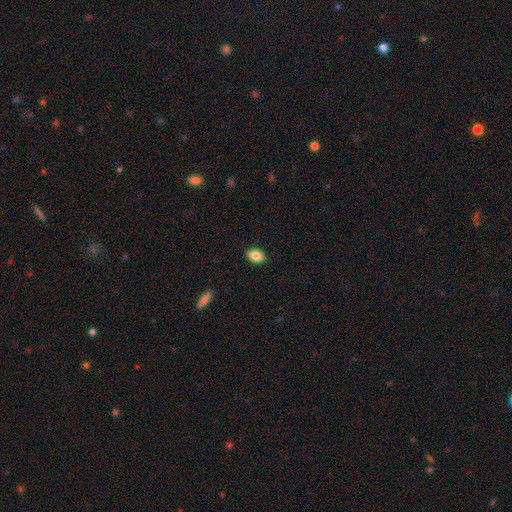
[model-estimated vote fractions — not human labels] smooth-or-featured: smooth: 85% | star or artifact: 8% | featured or disk: 7%
  how-rounded: in between: 85% | round: 13% | cigar-shaped: 1%
  merging: none: 90% | minor disturbance: 8% | major disturbance: 2% | merger: 1%